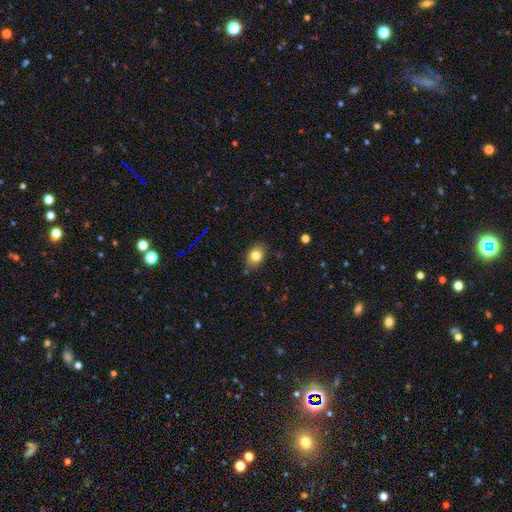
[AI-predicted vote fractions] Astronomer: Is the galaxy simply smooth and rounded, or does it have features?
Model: smooth — 80%.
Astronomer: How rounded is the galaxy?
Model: in between — 65%.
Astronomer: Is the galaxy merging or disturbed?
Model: none — 84%.